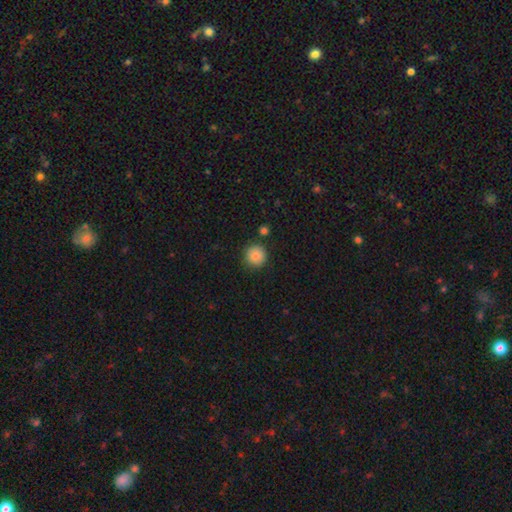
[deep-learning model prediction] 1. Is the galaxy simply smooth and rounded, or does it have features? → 84% smooth, 10% star or artifact, 6% featured or disk.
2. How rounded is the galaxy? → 94% round, 5% in between, 1% cigar-shaped.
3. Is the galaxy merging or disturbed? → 86% none, 8% minor disturbance, 3% merger, 2% major disturbance.